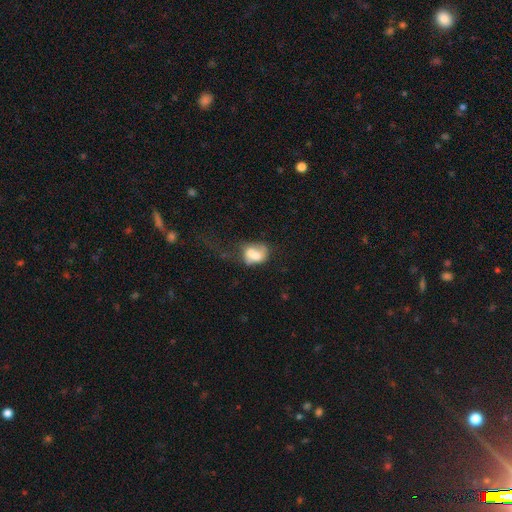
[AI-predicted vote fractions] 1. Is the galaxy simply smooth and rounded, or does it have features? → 57% smooth, 33% featured or disk, 9% star or artifact.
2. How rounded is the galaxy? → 61% in between, 38% round, 1% cigar-shaped.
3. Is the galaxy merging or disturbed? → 43% merger, 23% none, 17% minor disturbance, 17% major disturbance.